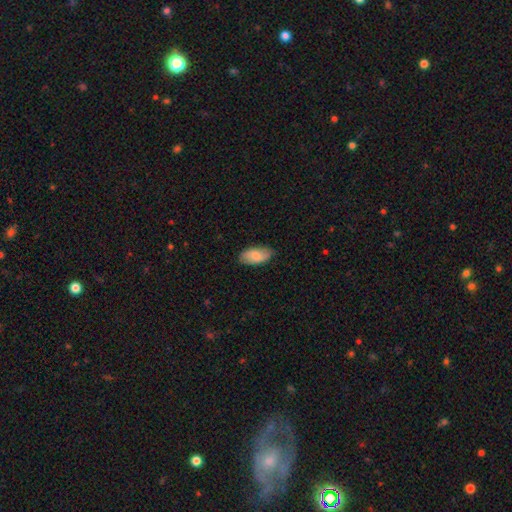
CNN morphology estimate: Smooth or featured? smooth (78%)
How rounded? in between (94%)
Merging? none (81%)